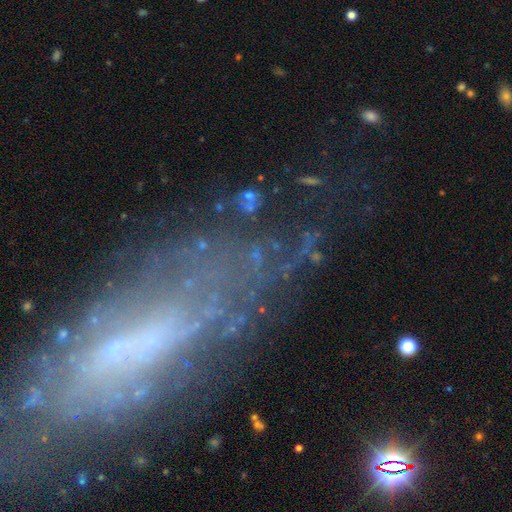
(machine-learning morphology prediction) A featured or disk galaxy (41%).

Vote fractions:
- Smooth or featured? featured or disk: 41% / star or artifact: 40% / smooth: 19%
- Merging? none: 53% / major disturbance: 21% / minor disturbance: 17% / merger: 9%